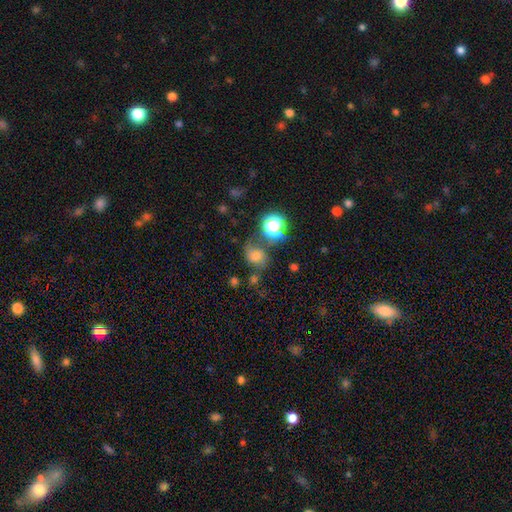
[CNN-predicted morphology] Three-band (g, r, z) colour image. It shows a smooth galaxy with no disk features (59%) that is round (60%). Merging: none (53%).